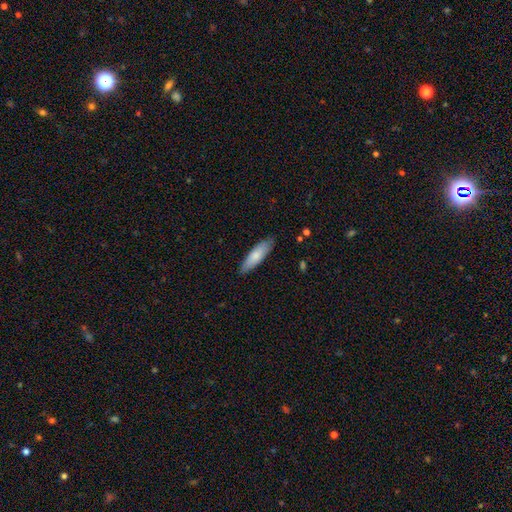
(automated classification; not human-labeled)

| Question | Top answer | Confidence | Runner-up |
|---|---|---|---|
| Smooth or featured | smooth | 77% | featured or disk (18%) |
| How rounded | cigar-shaped | 59% | in between (39%) |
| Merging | none | 84% | minor disturbance (13%) |